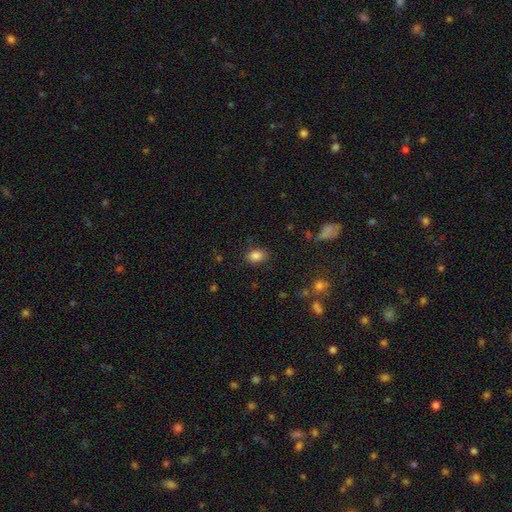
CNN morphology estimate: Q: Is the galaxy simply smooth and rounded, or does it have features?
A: smooth — 84%.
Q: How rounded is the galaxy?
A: in between — 75%.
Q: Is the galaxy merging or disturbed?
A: none — 83%.